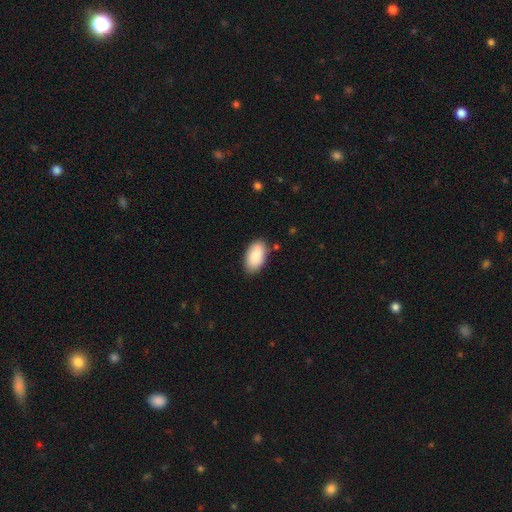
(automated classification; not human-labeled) Smooth or featured? Predicted: smooth (p=0.86). How rounded? Predicted: in between (p=0.95). Merging? Predicted: none (p=0.82).